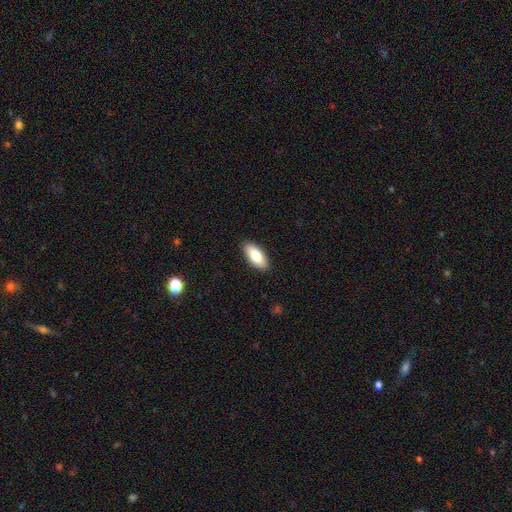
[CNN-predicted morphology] A smooth galaxy with no disk features (80%) that is in between round and cigar-shaped (87%).

Vote fractions:
- Smooth or featured? smooth: 80% / featured or disk: 14% / star or artifact: 6%
- How rounded? in between: 87% / cigar-shaped: 11% / round: 2%
- Merging? none: 89% / minor disturbance: 8% / major disturbance: 2% / merger: 1%